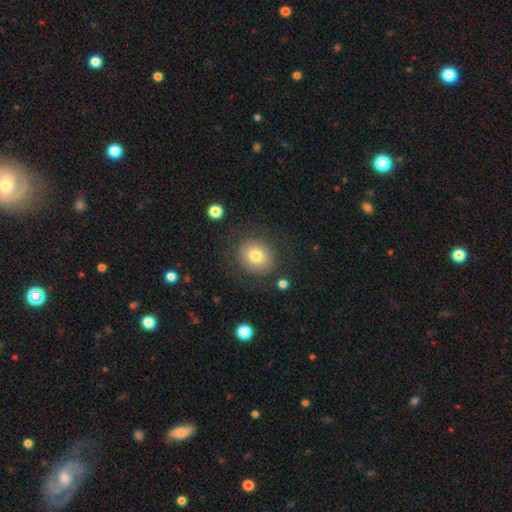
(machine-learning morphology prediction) Smooth or featured: smooth — 75% (featured or disk — 15%)
How rounded: round — 70% (in between — 29%)
Merging: none — 78% (minor disturbance — 13%)